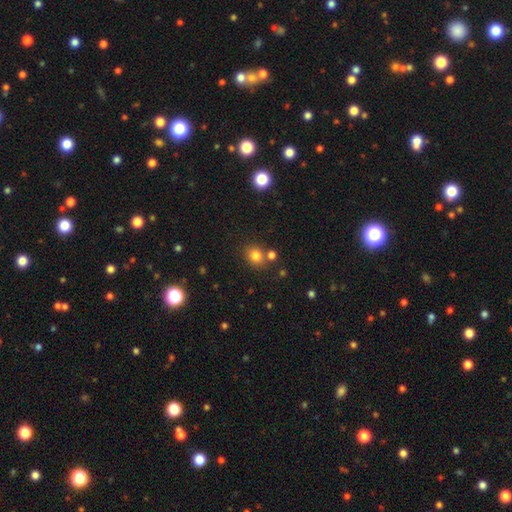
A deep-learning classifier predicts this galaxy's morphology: smooth-or-featured: smooth: 80% | star or artifact: 14% | featured or disk: 7%
  how-rounded: round: 69% | in between: 30% | cigar-shaped: 1%
  merging: none: 69% | merger: 16% | minor disturbance: 11% | major disturbance: 4%